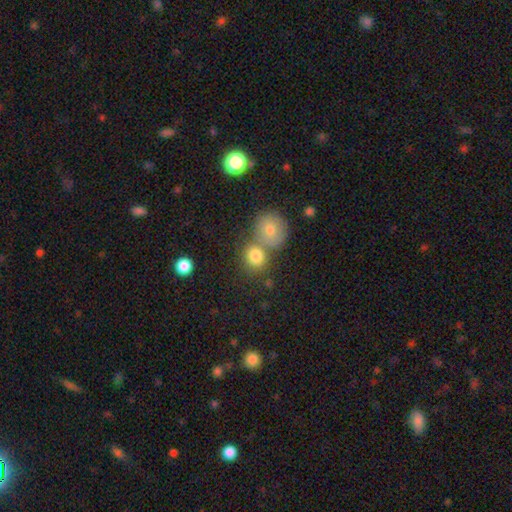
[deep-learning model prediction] Smooth or featured: smooth — 80% (star or artifact — 10%)
How rounded: round — 78% (in between — 21%)
Merging: none — 49% (merger — 38%)